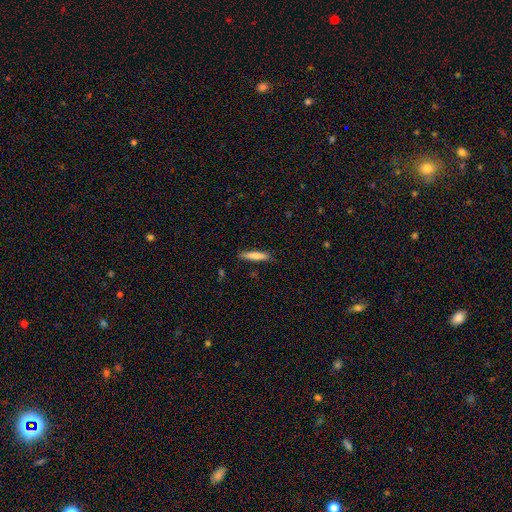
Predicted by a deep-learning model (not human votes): Morphology: type=smooth (73%); roundness=cigar-shaped (89%); merging=none (87%).